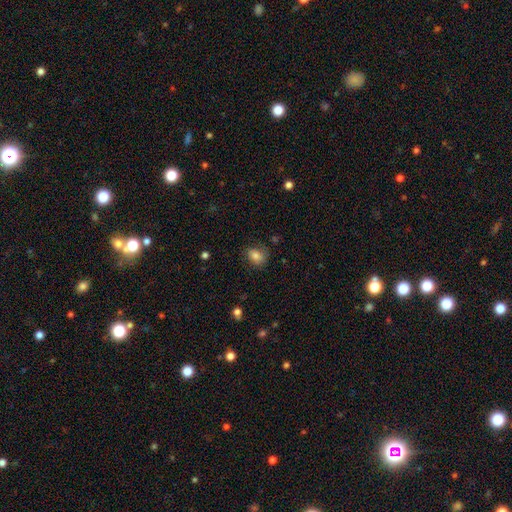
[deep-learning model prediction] This appears to be a smooth galaxy with no disk features (79%) that is in between round and cigar-shaped (58%). Merging: none (71%).